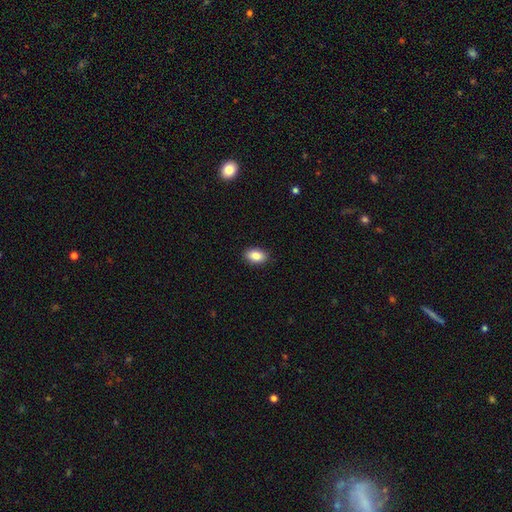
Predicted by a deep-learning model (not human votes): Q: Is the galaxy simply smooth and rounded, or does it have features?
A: smooth — 87%.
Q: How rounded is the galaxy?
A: in between — 88%.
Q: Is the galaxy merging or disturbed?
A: none — 89%.